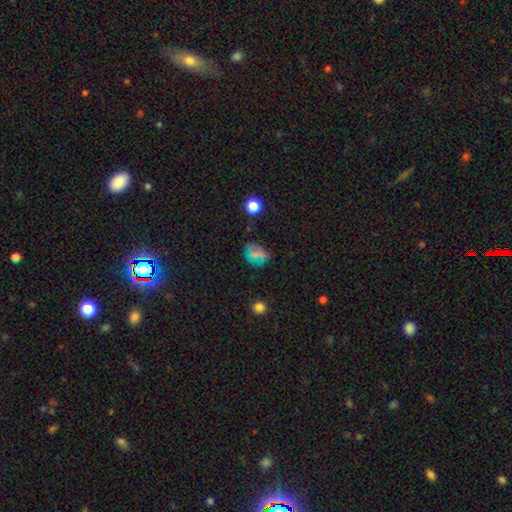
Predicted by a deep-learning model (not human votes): Morphology: type=smooth (53%); roundness=round (64%); merging=none (75%).